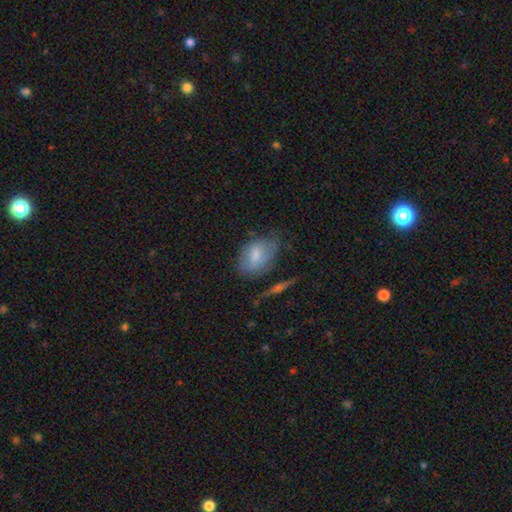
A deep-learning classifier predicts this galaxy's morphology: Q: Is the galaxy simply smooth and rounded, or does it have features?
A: smooth — 68%.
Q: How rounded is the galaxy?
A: in between — 84%.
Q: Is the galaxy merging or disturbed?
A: none — 52%.